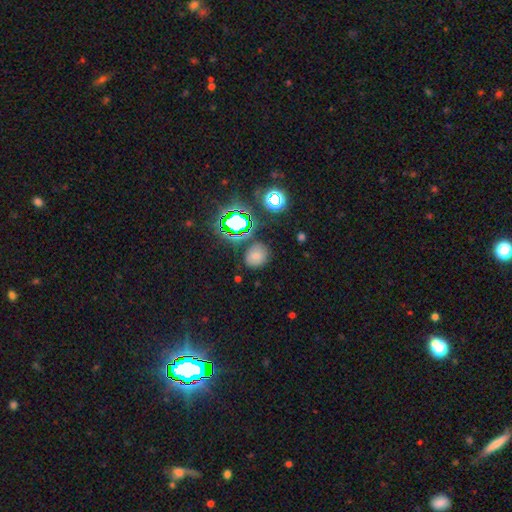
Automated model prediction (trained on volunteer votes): Smooth or featured? Predicted: smooth (p=0.65). How rounded? Predicted: round (p=0.60). Merging? Predicted: none (p=0.77).